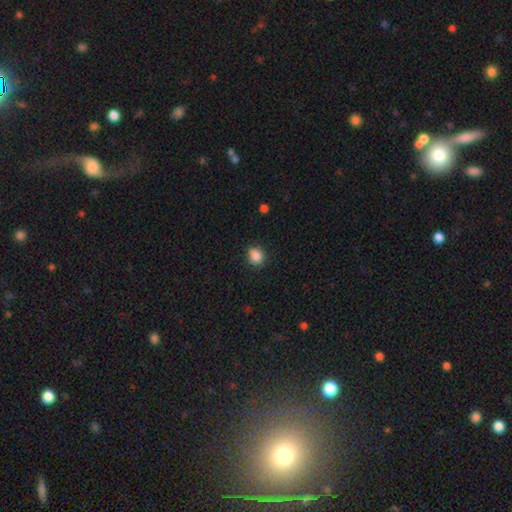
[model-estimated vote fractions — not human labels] A smooth galaxy with no disk features (87%) that is round (72%).

Vote fractions:
- Smooth or featured? smooth: 87% / star or artifact: 10% / featured or disk: 3%
- How rounded? round: 72% / in between: 27% / cigar-shaped: 1%
- Merging? none: 83% / minor disturbance: 13% / major disturbance: 3% / merger: 1%